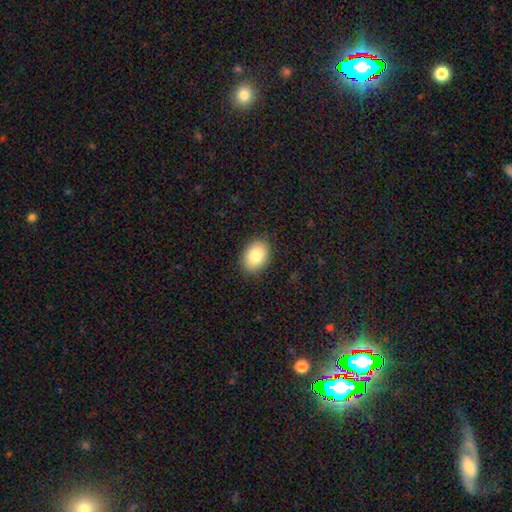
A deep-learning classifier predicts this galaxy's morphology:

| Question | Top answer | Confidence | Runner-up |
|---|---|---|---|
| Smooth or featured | smooth | 84% | featured or disk (8%) |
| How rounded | in between | 74% | round (25%) |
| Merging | none | 88% | minor disturbance (9%) |